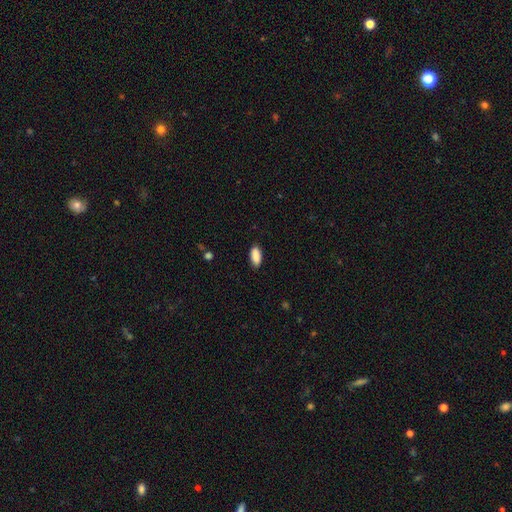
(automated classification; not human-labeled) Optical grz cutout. It shows a smooth galaxy with no disk features (90%) that is in between round and cigar-shaped (86%). Merging: none (86%).